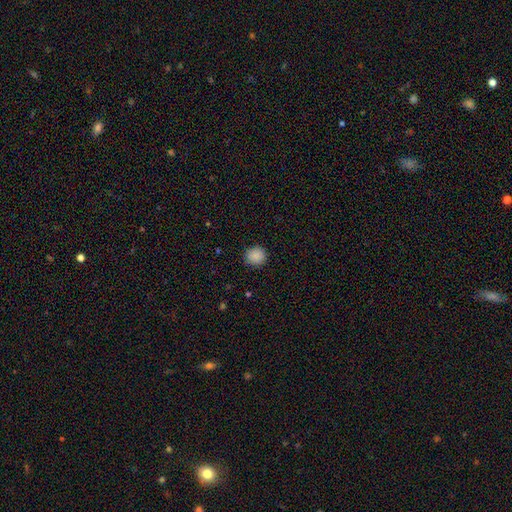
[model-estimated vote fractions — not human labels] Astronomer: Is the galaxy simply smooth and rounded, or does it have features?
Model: smooth — 88%.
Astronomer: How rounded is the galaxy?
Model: round — 90%.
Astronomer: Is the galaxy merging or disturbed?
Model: none — 90%.